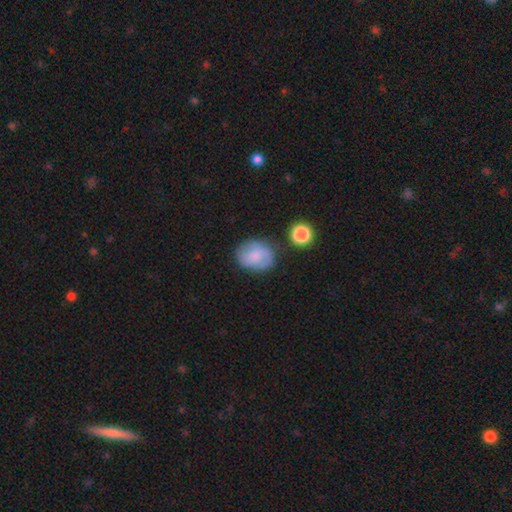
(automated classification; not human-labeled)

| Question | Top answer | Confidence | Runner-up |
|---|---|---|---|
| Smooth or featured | smooth | 58% | featured or disk (33%) |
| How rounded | round | 50% | in between (48%) |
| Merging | none | 68% | minor disturbance (20%) |